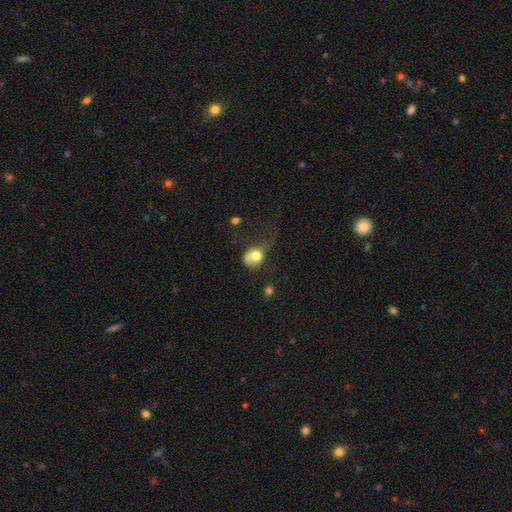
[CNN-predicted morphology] Smooth or featured?
  - smooth: 71% *
  - featured or disk: 20%
  - star or artifact: 9%
How rounded?
  - round: 52% *
  - in between: 47%
  - cigar-shaped: 1%
Merging?
  - major disturbance: 46% *
  - minor disturbance: 27%
  - none: 21%
  - merger: 6%